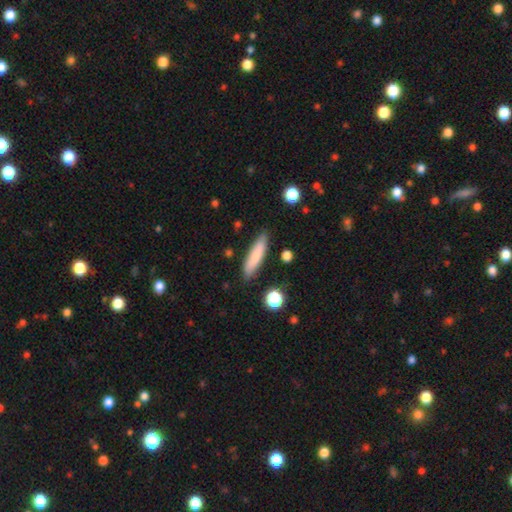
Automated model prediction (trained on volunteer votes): A smooth galaxy with no disk features (80%) that is cigar-shaped (76%).

Vote fractions:
- Smooth or featured? smooth: 80% / featured or disk: 13% / star or artifact: 7%
- How rounded? cigar-shaped: 76% / in between: 22% / round: 2%
- Merging? none: 85% / minor disturbance: 11% / major disturbance: 2% / merger: 2%